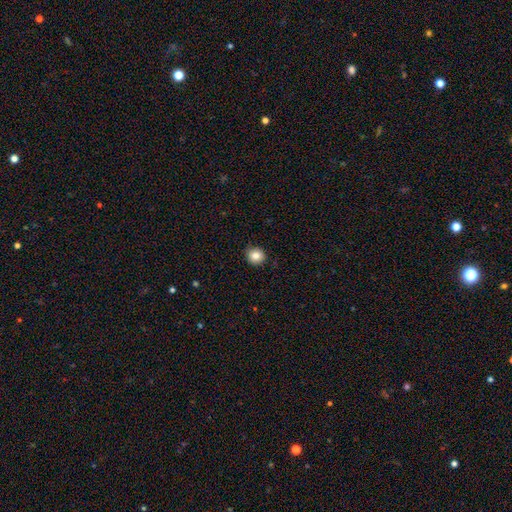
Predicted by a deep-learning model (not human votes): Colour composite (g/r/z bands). It shows a smooth galaxy with no disk features (84%) that is round (90%). Merging: none (89%).